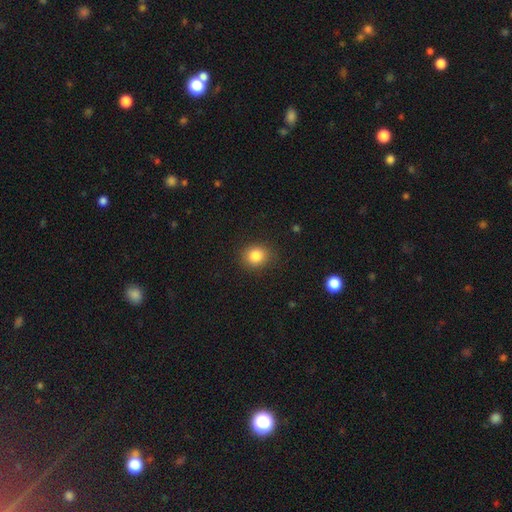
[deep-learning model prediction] Smooth or featured? smooth (84%)
How rounded? round (76%)
Merging? none (88%)